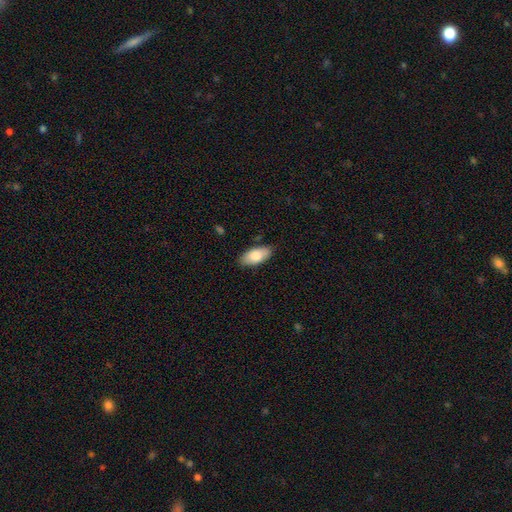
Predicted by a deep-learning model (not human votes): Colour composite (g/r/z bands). It shows a smooth galaxy with no disk features (81%) that is in between round and cigar-shaped (92%). Merging: none (84%).